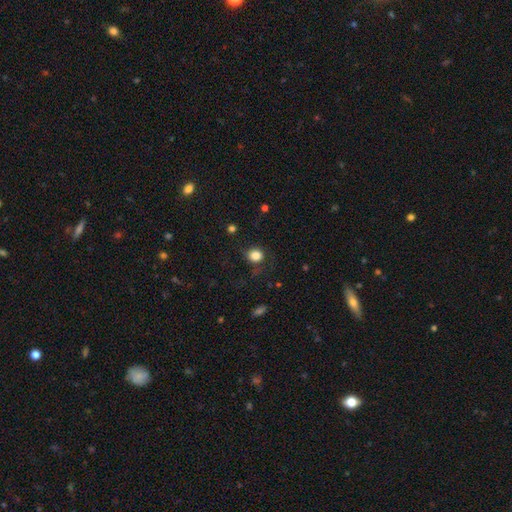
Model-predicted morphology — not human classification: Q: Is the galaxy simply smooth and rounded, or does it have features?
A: smooth — 84%.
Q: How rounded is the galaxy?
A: round — 82%.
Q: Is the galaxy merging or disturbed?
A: none — 73%.